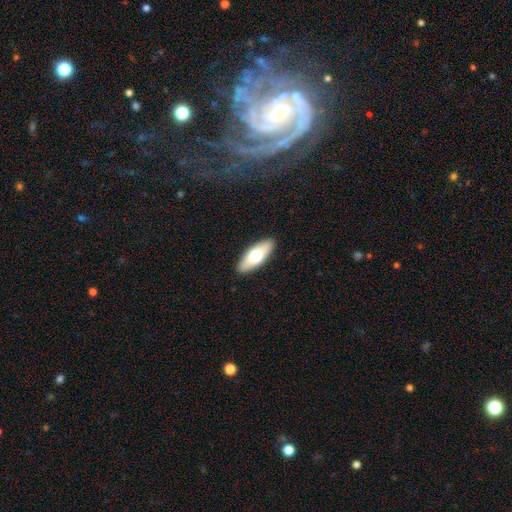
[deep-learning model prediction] Smooth or featured?
  - smooth: 65% *
  - featured or disk: 30%
  - star or artifact: 6%
How rounded?
  - in between: 75% *
  - cigar-shaped: 23%
  - round: 2%
Merging?
  - none: 90% *
  - minor disturbance: 7%
  - major disturbance: 2%
  - merger: 1%